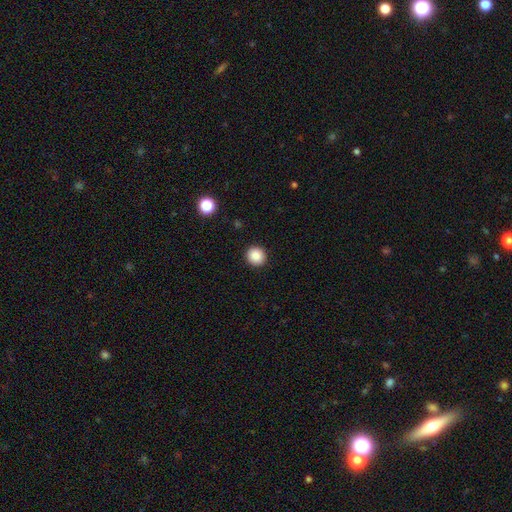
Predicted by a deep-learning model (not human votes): Morphology: type=smooth (87%); roundness=round (91%); merging=none (92%).